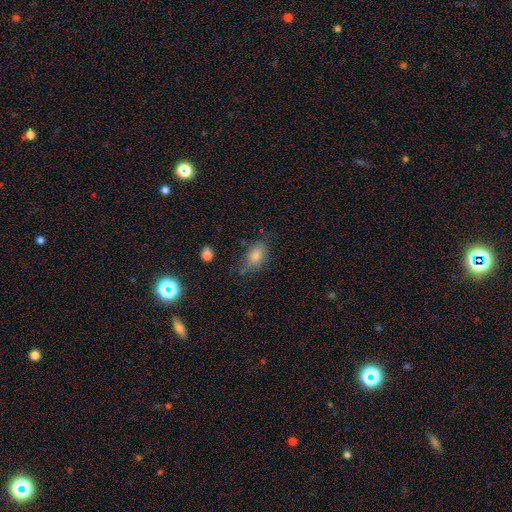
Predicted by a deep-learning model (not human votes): This is likely a smooth galaxy (73%). How rounded: clearly in between (81%). Merging: likely none (68%).